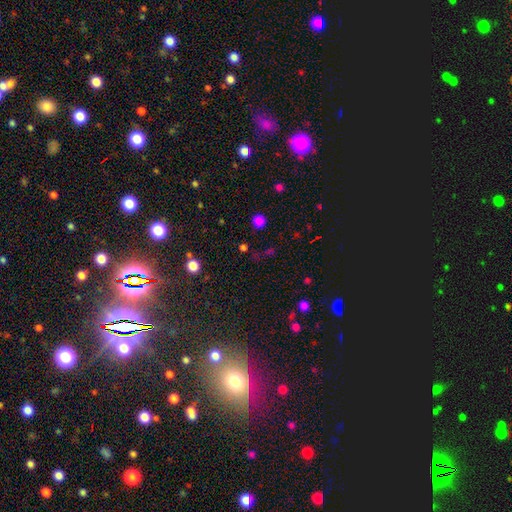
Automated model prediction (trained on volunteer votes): smooth_or_featured: star or artifact (p=0.47) [alt: smooth p=0.46]